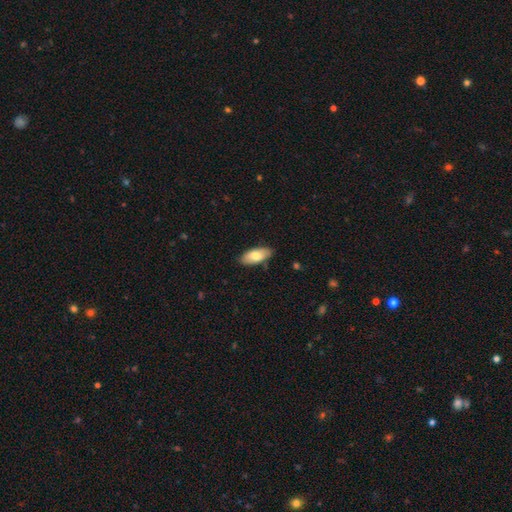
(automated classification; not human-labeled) Smooth or featured? smooth (76%)
How rounded? in between (89%)
Merging? none (85%)